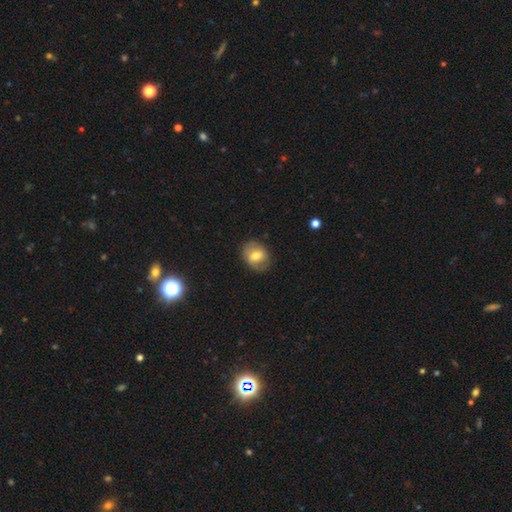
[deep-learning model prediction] The model was most divided on "how rounded": in between: 51%, round: 48%, cigar-shaped: 1%. More confident: merging — none (76%); smooth or featured — smooth (58%).